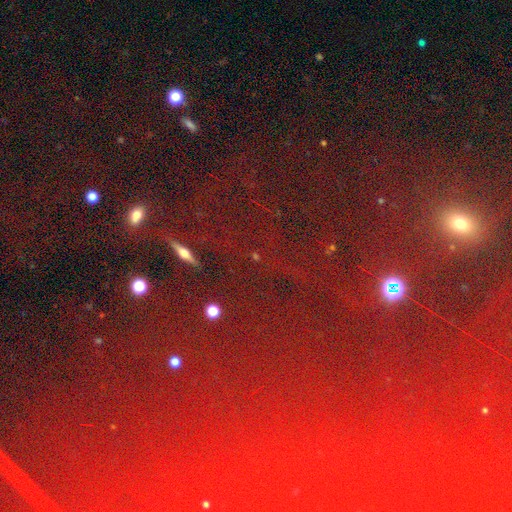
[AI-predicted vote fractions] A star or artifact, not a galaxy (77%).

Vote fractions:
- Smooth or featured? star or artifact: 77% / smooth: 14% / featured or disk: 9%